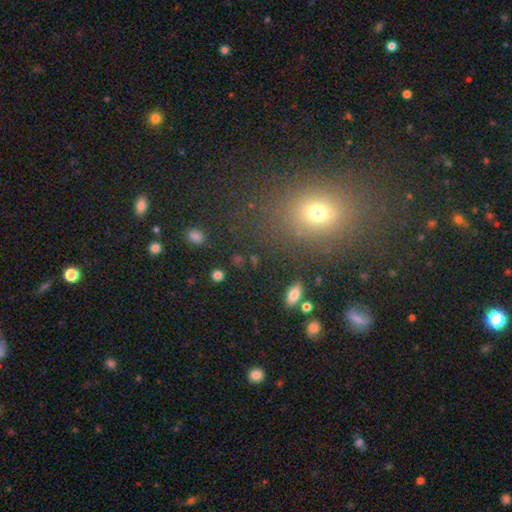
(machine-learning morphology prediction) Q: Smooth or featured?
A: smooth (57%); runner-up: star or artifact (34%)
Q: How rounded?
A: in between (56%); runner-up: round (41%)
Q: Merging?
A: none (86%); runner-up: minor disturbance (8%)